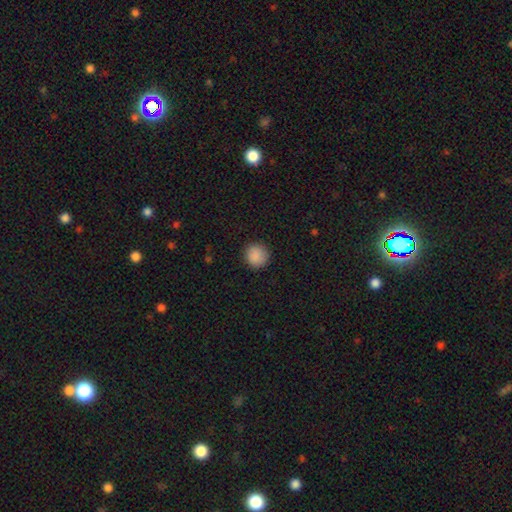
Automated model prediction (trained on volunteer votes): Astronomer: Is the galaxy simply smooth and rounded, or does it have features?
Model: smooth — 89%.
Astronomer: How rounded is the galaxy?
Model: round — 93%.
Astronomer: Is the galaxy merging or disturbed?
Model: none — 89%.